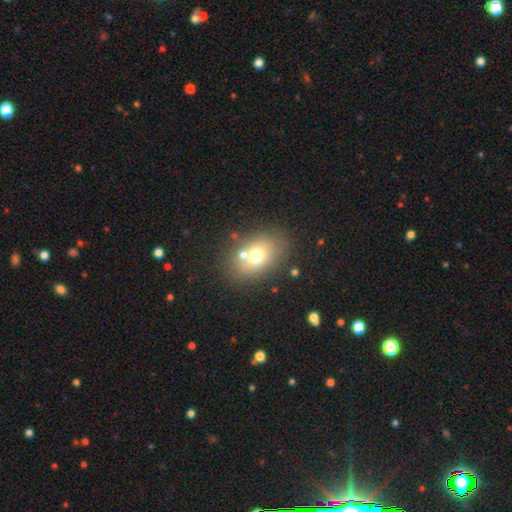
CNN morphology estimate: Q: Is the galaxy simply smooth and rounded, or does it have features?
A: smooth — 67%.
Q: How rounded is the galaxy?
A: in between — 72%.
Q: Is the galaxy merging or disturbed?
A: none — 67%.